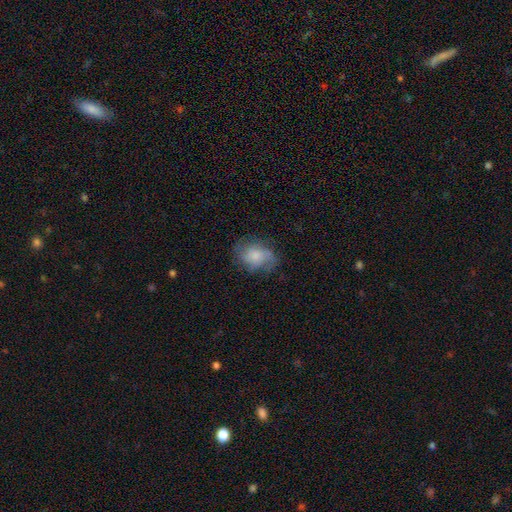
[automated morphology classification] A smooth galaxy with no disk features (52%) that is in between round and cigar-shaped (62%). Merging: none (62%).